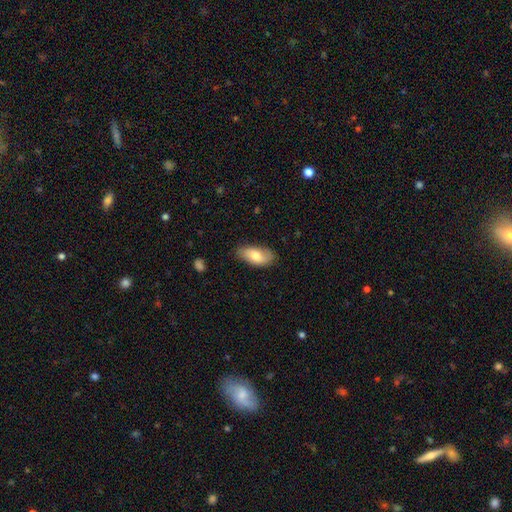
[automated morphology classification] smooth_or_featured: smooth (p=0.67) [alt: featured or disk p=0.27]
how_rounded: in between (p=0.91) [alt: cigar-shaped p=0.06]
merging: none (p=0.73) [alt: minor disturbance p=0.21]